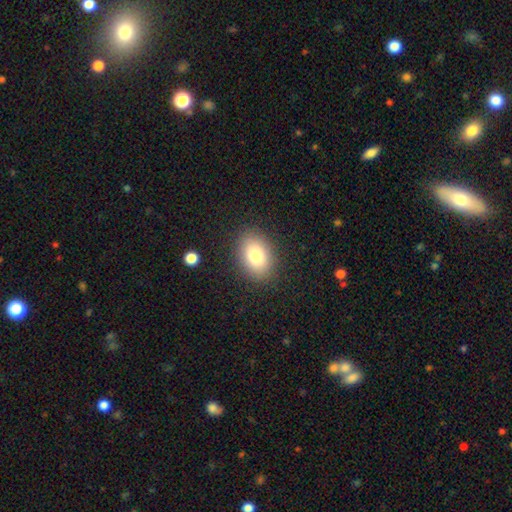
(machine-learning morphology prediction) Smooth or featured? smooth (79%)
How rounded? in between (71%)
Merging? none (86%)